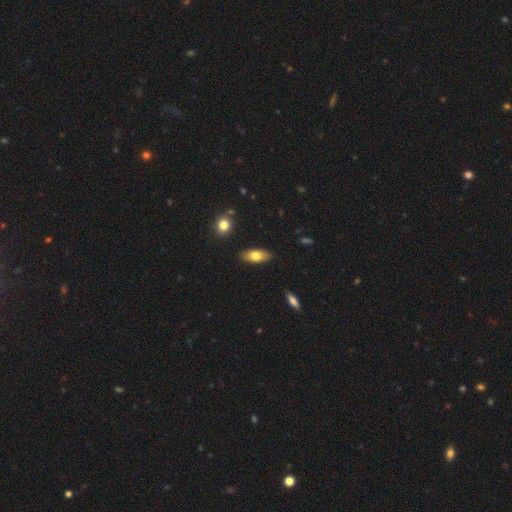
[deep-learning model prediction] Smooth or featured?
  - smooth: 73% *
  - featured or disk: 20%
  - star or artifact: 7%
How rounded?
  - in between: 83% *
  - cigar-shaped: 14%
  - round: 3%
Merging?
  - none: 88% *
  - minor disturbance: 9%
  - major disturbance: 2%
  - merger: 2%